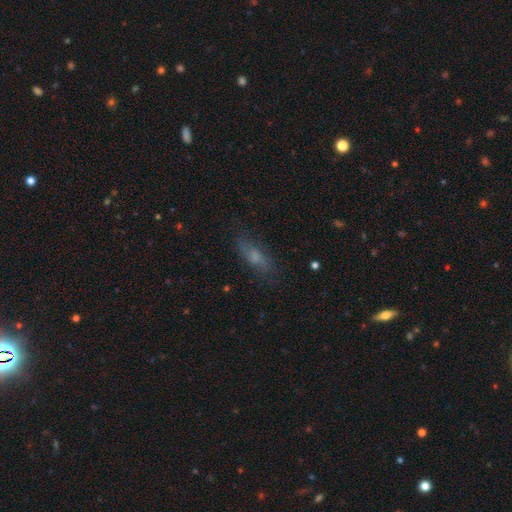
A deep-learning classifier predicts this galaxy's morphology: smooth 48%, featured or disk 34%, star or artifact 18%. Down the decision tree: merging — none (75%).